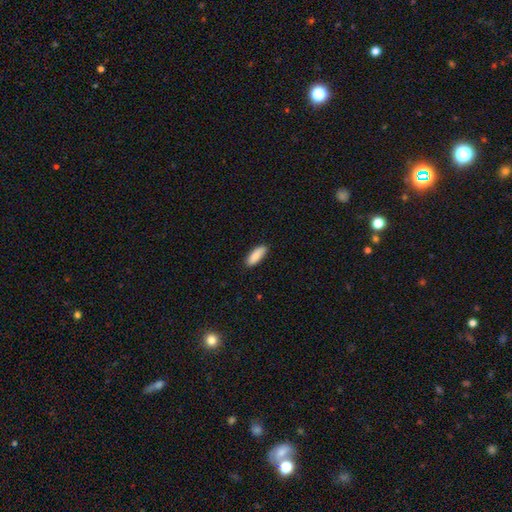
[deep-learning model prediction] A smooth galaxy with no disk features (89%) that is in between round and cigar-shaped (67%). Merging: none (87%).